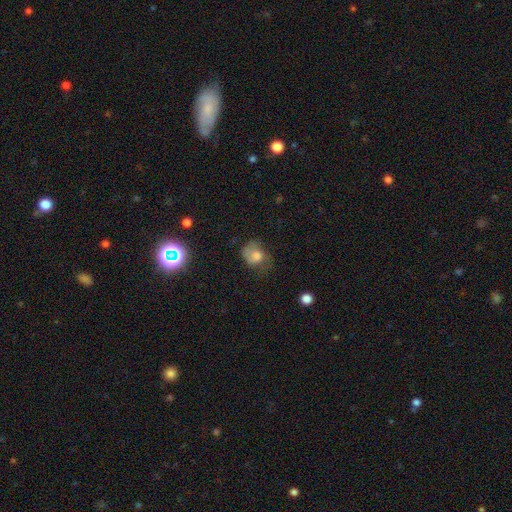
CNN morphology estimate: This is likely a smooth galaxy (68%). How rounded: possibly round (52%). Merging: marginally none (37%).